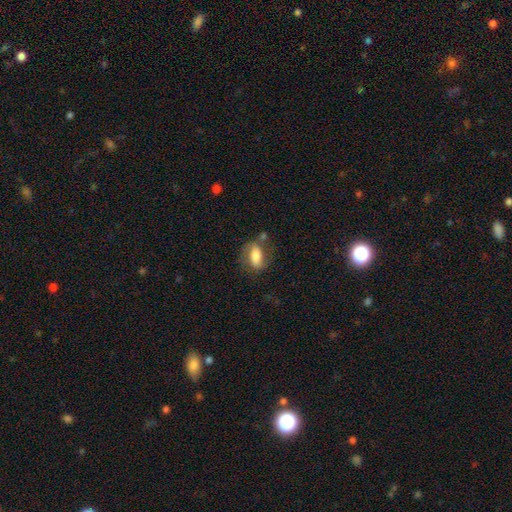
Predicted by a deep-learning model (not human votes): Smooth or featured: smooth — 64% (featured or disk — 28%)
How rounded: in between — 80% (cigar-shaped — 12%)
Merging: none — 59% (minor disturbance — 22%)